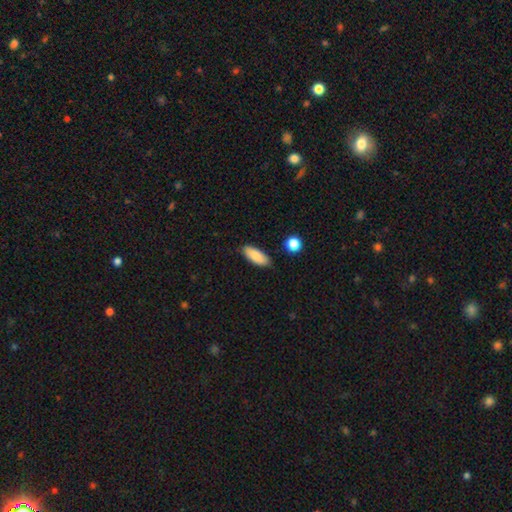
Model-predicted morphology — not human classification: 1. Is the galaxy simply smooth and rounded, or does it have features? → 86% smooth, 8% featured or disk, 7% star or artifact.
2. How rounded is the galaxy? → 76% in between, 22% cigar-shaped, 2% round.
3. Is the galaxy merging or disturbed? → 85% none, 11% minor disturbance, 2% major disturbance, 2% merger.